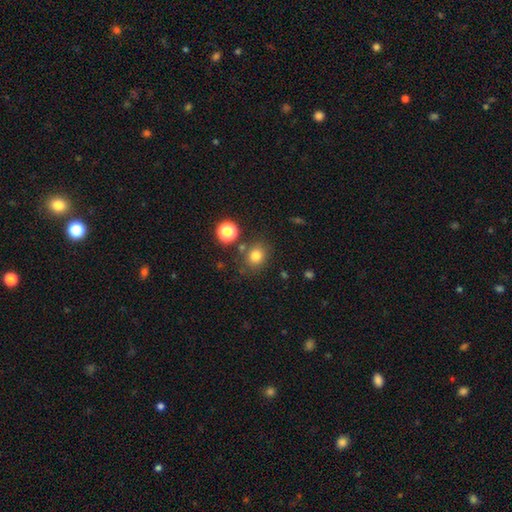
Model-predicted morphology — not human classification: Smooth or featured?
  - smooth: 79% *
  - star or artifact: 14%
  - featured or disk: 7%
How rounded?
  - round: 72% *
  - in between: 28%
  - cigar-shaped: 1%
Merging?
  - none: 76% *
  - minor disturbance: 12%
  - merger: 8%
  - major disturbance: 4%